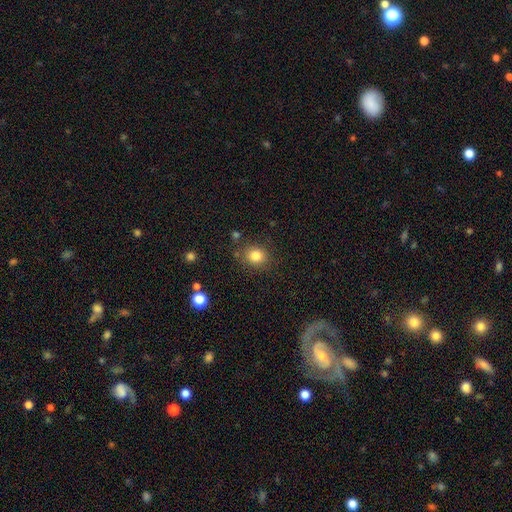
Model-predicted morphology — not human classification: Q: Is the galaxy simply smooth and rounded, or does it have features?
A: smooth — 83%.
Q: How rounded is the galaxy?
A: round — 71%.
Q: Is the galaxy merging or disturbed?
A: none — 81%.